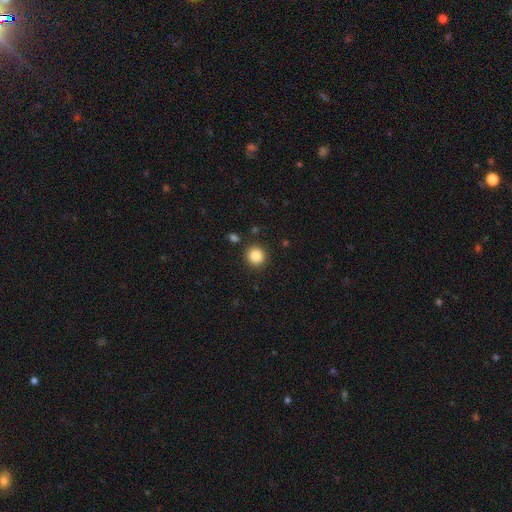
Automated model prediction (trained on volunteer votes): Smooth or featured: smooth — 86% (star or artifact — 10%)
How rounded: round — 92% (in between — 7%)
Merging: none — 90% (minor disturbance — 6%)